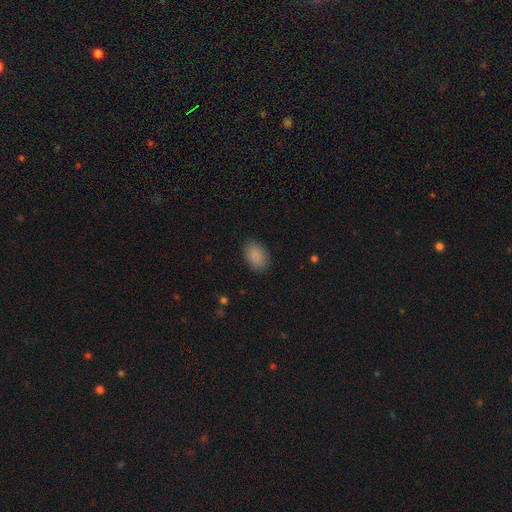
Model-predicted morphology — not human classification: This appears to be a smooth galaxy with no disk features (86%) that is in between round and cigar-shaped (83%). Merging: none (86%).